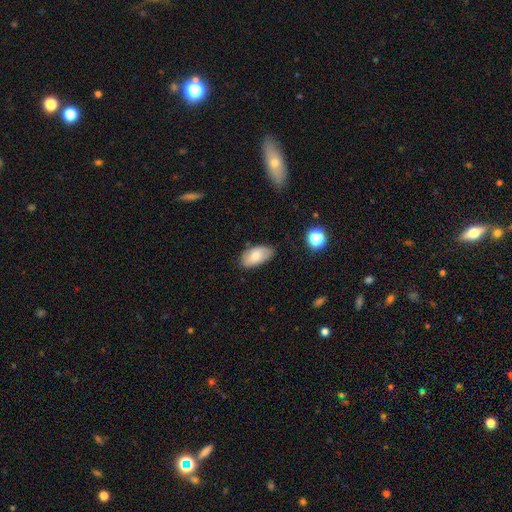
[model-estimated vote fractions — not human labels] This appears to be a smooth galaxy with no disk features (76%) that is in between round and cigar-shaped (94%). Merging: none (75%).